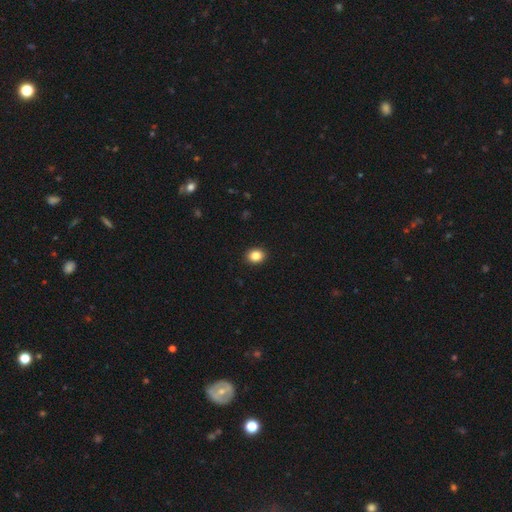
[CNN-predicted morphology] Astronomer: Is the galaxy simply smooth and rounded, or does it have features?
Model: smooth — 86%.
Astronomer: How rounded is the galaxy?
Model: round — 58% (runner-up: in between, 41%).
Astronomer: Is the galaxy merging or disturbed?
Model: none — 92%.